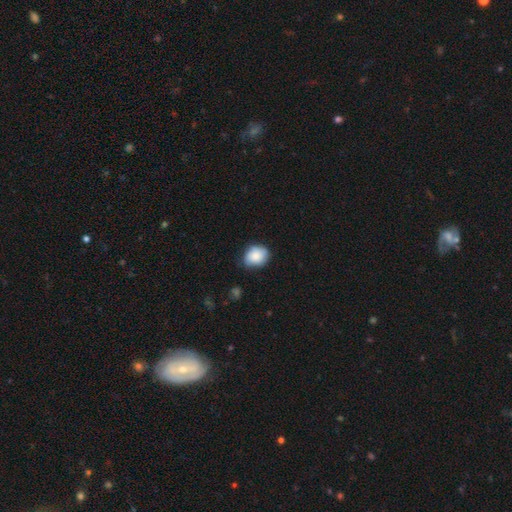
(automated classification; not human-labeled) Smooth or featured? Predicted: smooth (p=0.84). How rounded? Predicted: round (p=0.55). Merging? Predicted: none (p=0.68).